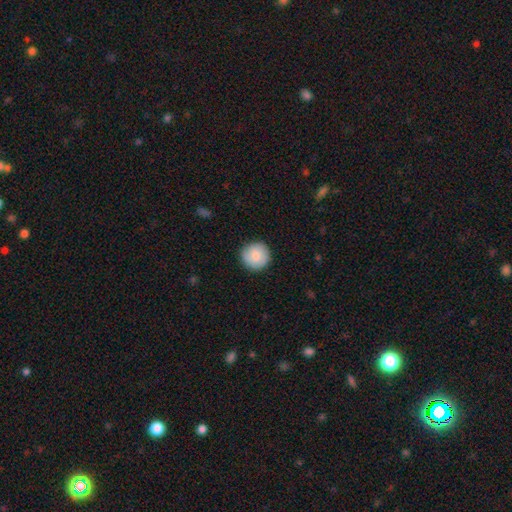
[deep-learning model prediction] This is clearly a smooth galaxy (84%). How rounded: clearly round (95%). Merging: clearly none (88%).